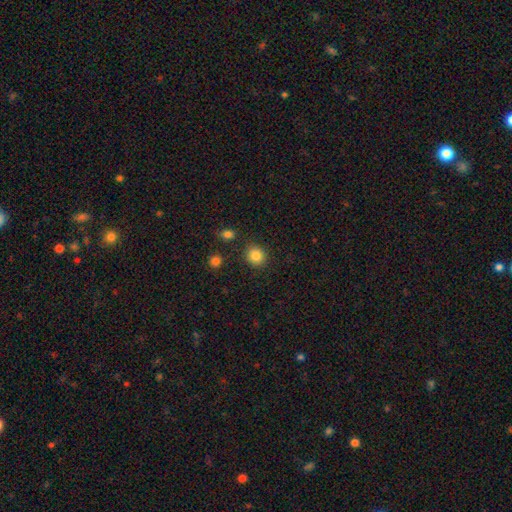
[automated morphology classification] The model was most divided on "how rounded": round: 83%, in between: 17%, cigar-shaped: 1%. More confident: merging — none (88%); smooth or featured — smooth (85%).